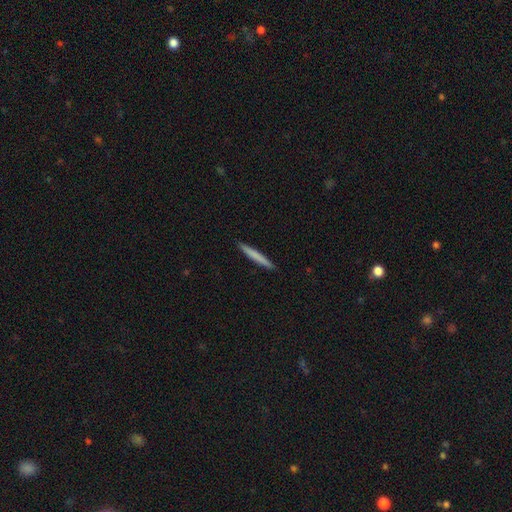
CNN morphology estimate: Smooth or featured? smooth (73%)
How rounded? cigar-shaped (97%)
Merging? none (92%)